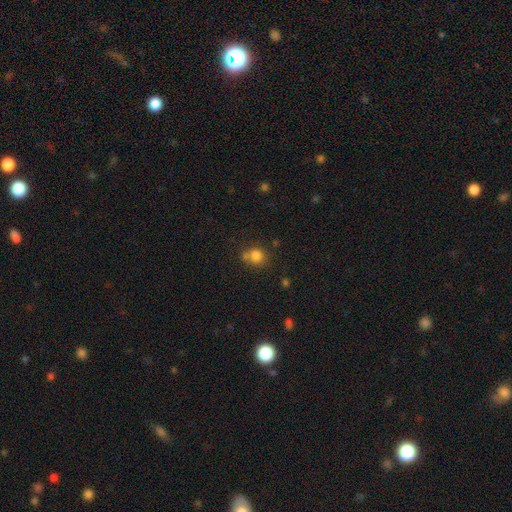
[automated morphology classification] Smooth or featured?
  - smooth: 80% *
  - star or artifact: 12%
  - featured or disk: 7%
How rounded?
  - round: 81% *
  - in between: 18%
  - cigar-shaped: 1%
Merging?
  - none: 57% *
  - merger: 24%
  - minor disturbance: 14%
  - major disturbance: 5%